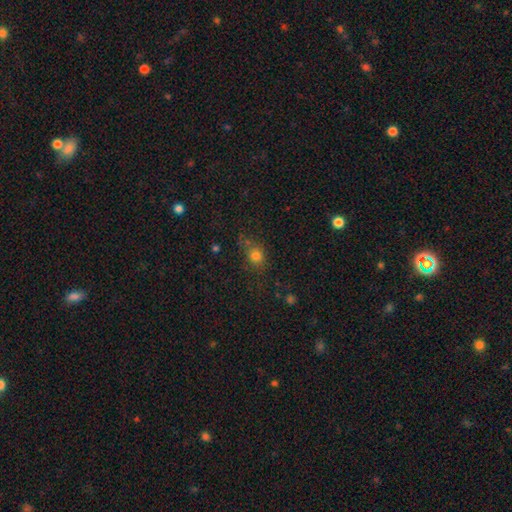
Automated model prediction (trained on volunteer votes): A smooth galaxy with no disk features (75%) that is round (70%).

Vote fractions:
- Smooth or featured? smooth: 75% / star or artifact: 17% / featured or disk: 8%
- How rounded? round: 70% / in between: 28% / cigar-shaped: 2%
- Merging? none: 66% / minor disturbance: 18% / merger: 8% / major disturbance: 8%